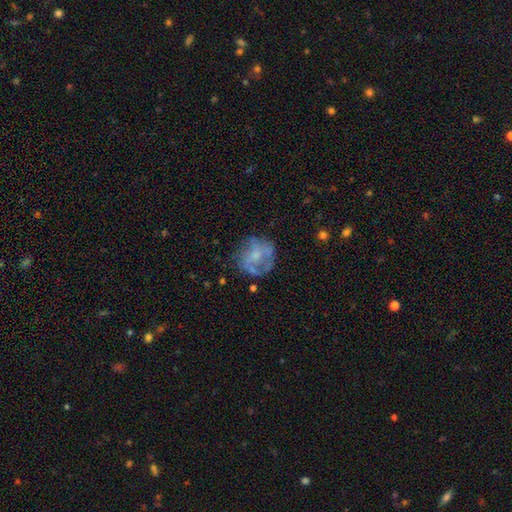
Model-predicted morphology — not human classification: Smooth or featured? featured or disk (51%)
Edge-on disk? no (98%)
Bar? no (79%)
Spiral arms? no (68%)
Bulge size? small (42%)
Merging? none (56%)